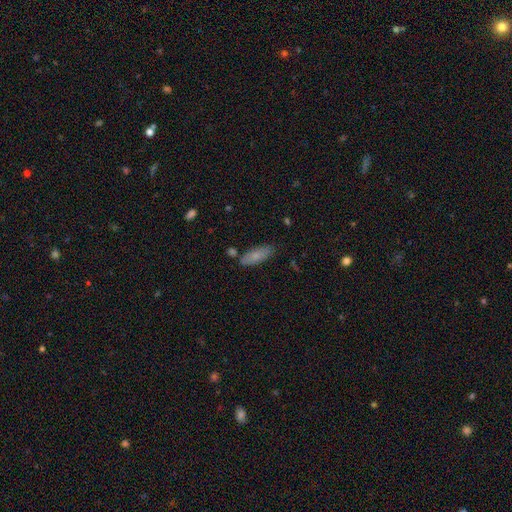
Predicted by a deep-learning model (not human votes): A smooth galaxy with no disk features (78%) that is in between round and cigar-shaped (68%).

Vote fractions:
- Smooth or featured? smooth: 78% / featured or disk: 15% / star or artifact: 7%
- How rounded? in between: 68% / cigar-shaped: 30% / round: 2%
- Merging? none: 77% / minor disturbance: 15% / merger: 5% / major disturbance: 3%